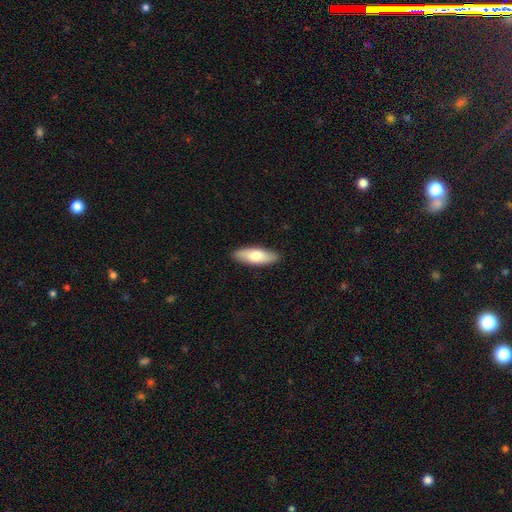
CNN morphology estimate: This is likely a smooth galaxy (74%). How rounded: likely in between (65%). Merging: clearly none (89%).